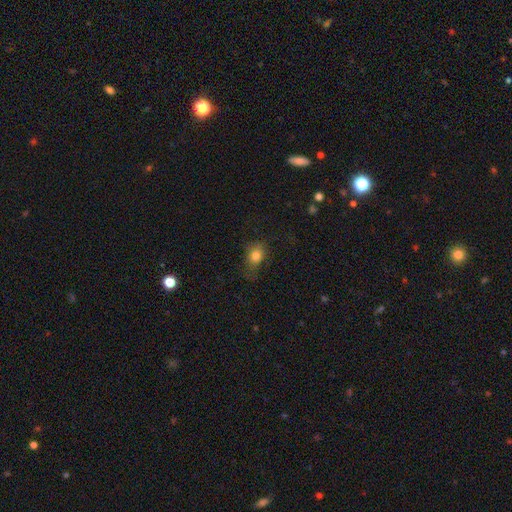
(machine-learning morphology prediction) smooth_or_featured: smooth (p=0.78) [alt: star or artifact p=0.11]
how_rounded: in between (p=0.58) [alt: round p=0.40]
merging: none (p=0.57) [alt: minor disturbance p=0.27]